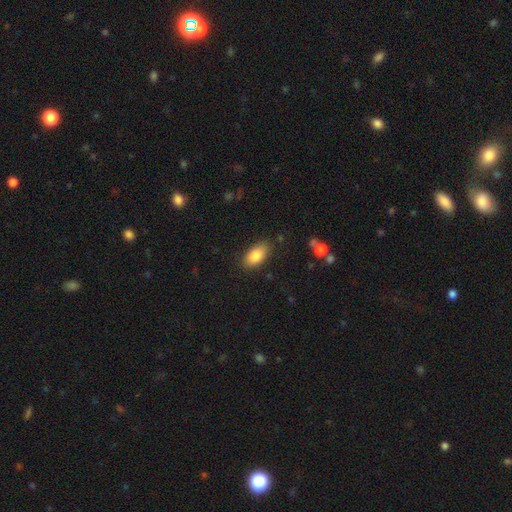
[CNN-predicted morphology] This is clearly a smooth galaxy (84%). How rounded: clearly in between (91%). Merging: clearly none (83%).